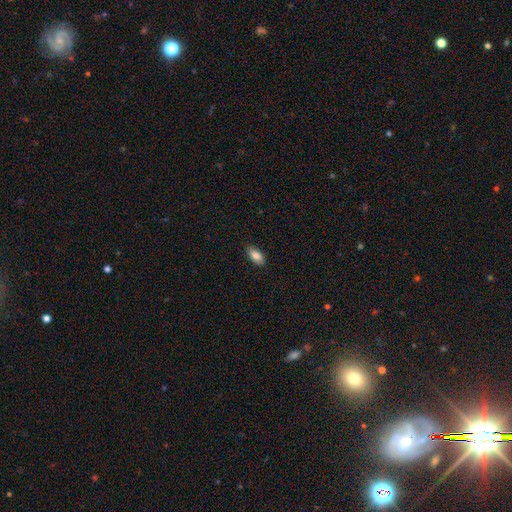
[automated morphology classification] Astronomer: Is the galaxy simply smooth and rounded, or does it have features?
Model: smooth — 87%.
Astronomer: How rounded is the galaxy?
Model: in between — 89%.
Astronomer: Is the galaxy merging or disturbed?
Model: none — 83%.